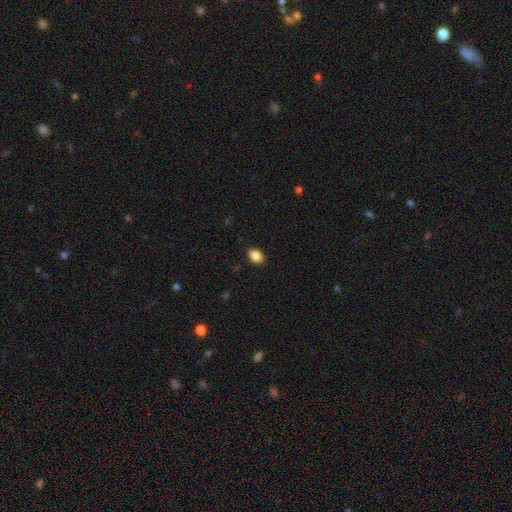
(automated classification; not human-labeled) smooth_or_featured: smooth (p=0.87) [alt: star or artifact p=0.08]
how_rounded: in between (p=0.84) [alt: round p=0.15]
merging: none (p=0.89) [alt: minor disturbance p=0.08]